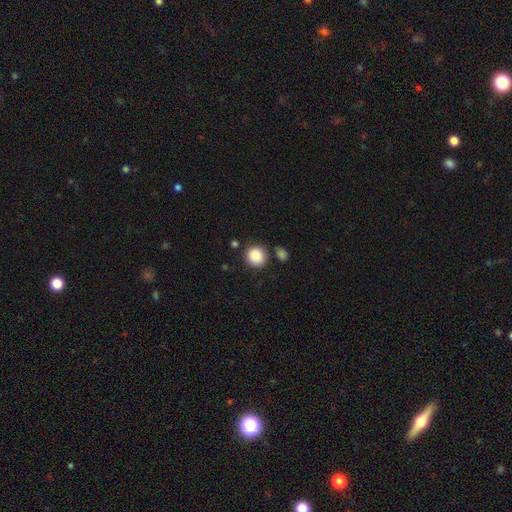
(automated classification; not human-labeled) smooth-or-featured: smooth: 88% | star or artifact: 8% | featured or disk: 3%
  how-rounded: round: 90% | in between: 10% | cigar-shaped: 1%
  merging: none: 78% | minor disturbance: 11% | merger: 7% | major disturbance: 4%